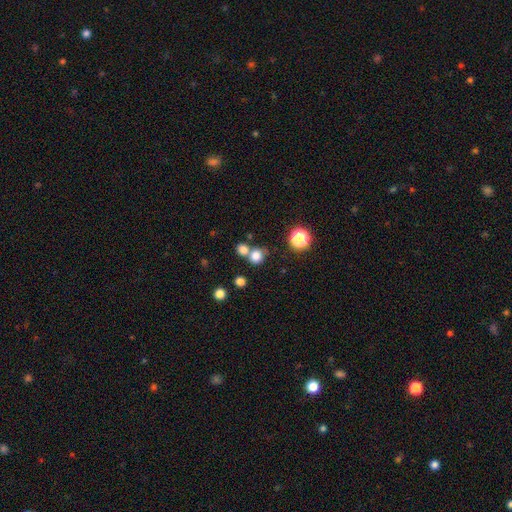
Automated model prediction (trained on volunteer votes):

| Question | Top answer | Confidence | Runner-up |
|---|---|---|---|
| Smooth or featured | smooth | 79% | star or artifact (14%) |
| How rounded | round | 81% | in between (18%) |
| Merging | none | 53% | merger (36%) |